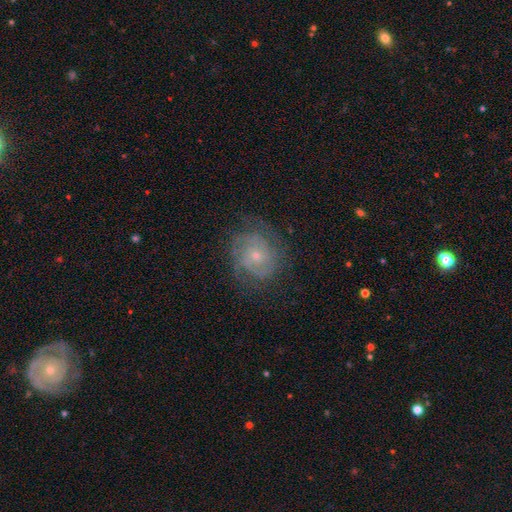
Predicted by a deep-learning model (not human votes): smooth-or-featured: featured or disk: 74% | smooth: 18% | star or artifact: 8%
  disk-edge-on: no: 98% | yes: 2%
    bar: no: 79% | weak: 18% | strong: 3%
    has-spiral-arms: yes: 90% | no: 10%
      spiral-winding: tight: 59% | medium: 31% | loose: 10%
      spiral-arm-count: can't tell: 38% | 2: 29% | 3: 16% | 4: 7% | 1: 5% | more than 4: 5%
    bulge-size: small: 72% | moderate: 24% | none: 2% | large: 1% | dominant: 1%
  merging: none: 70% | minor disturbance: 19% | major disturbance: 11% | merger: 1%